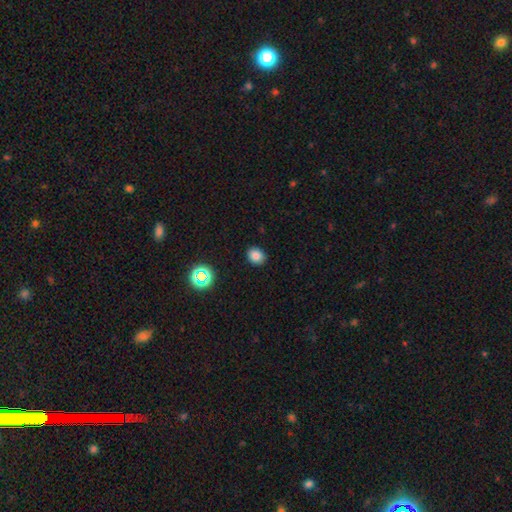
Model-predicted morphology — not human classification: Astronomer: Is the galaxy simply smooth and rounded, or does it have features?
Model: smooth — 82%.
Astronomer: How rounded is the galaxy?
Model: round — 55% (runner-up: in between, 45%).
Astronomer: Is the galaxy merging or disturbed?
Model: none — 89%.